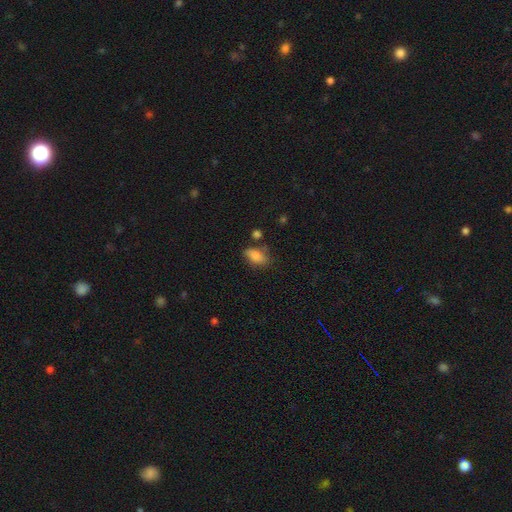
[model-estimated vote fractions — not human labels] Overall: smooth (82%). How rounded: in between (88%). Merging: none (61%; minor disturbance 25%).